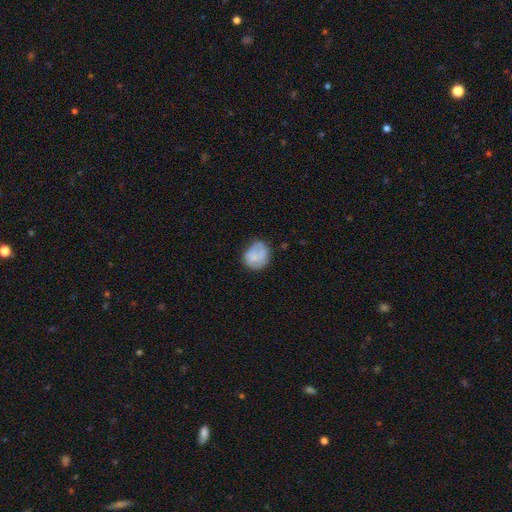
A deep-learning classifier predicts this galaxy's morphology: Smooth or featured? Predicted: smooth (p=0.68). How rounded? Predicted: round (p=0.70). Merging? Predicted: none (p=0.56).